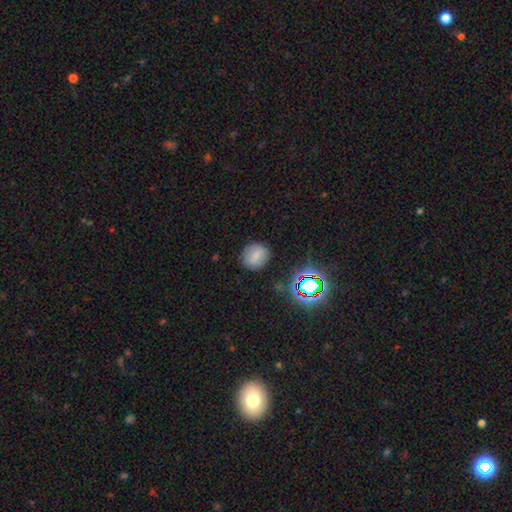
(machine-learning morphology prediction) This appears to be a smooth galaxy with no disk features (72%) that is round (74%). Merging: none (85%).